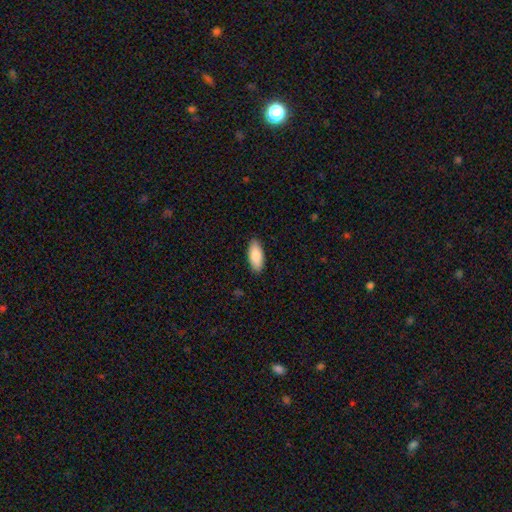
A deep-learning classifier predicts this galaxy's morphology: The model was most divided on "how rounded": in between: 85%, cigar-shaped: 13%, round: 2%. More confident: merging — none (88%); smooth or featured — smooth (86%).